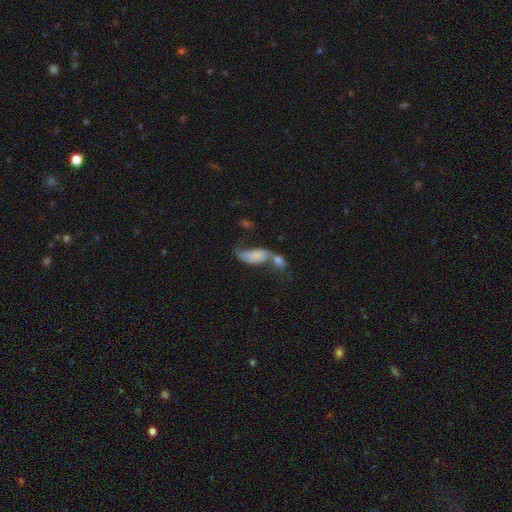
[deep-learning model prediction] smooth-or-featured: featured or disk: 46% | smooth: 43% | star or artifact: 11%
  merging: merger: 56% | none: 17% | major disturbance: 16% | minor disturbance: 11%